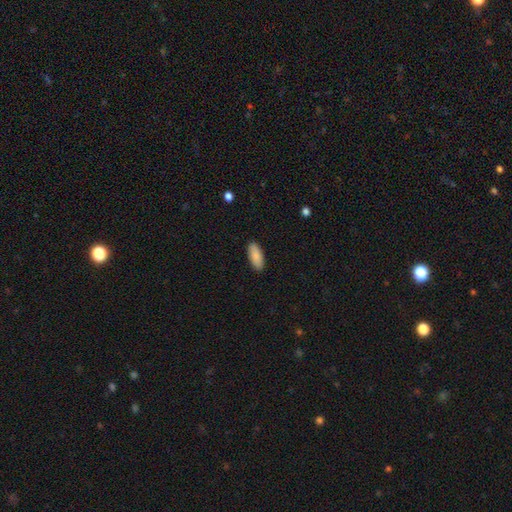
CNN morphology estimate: type=smooth (89%); roundness=in between (79%); merging=none (90%).